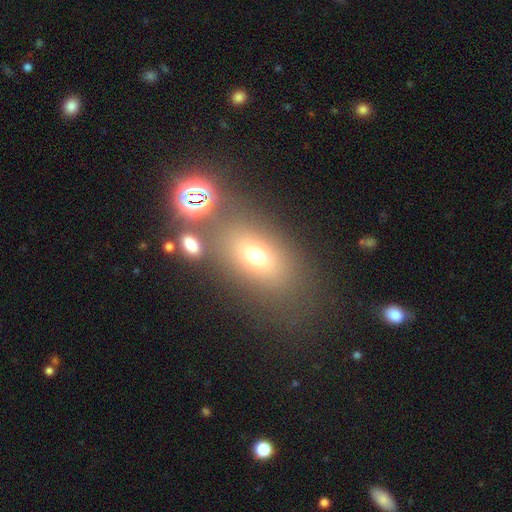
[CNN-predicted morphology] The model was most divided on "how rounded": in between: 71%, round: 26%, cigar-shaped: 4%. More confident: merging — none (68%); smooth or featured — smooth (66%).